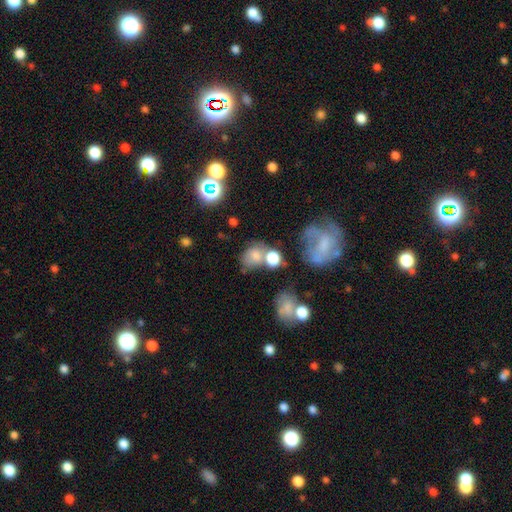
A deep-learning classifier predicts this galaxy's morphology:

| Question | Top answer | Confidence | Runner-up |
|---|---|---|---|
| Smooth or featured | smooth | 68% | star or artifact (16%) |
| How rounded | round | 54% | in between (45%) |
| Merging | none | 40% | merger (31%) |